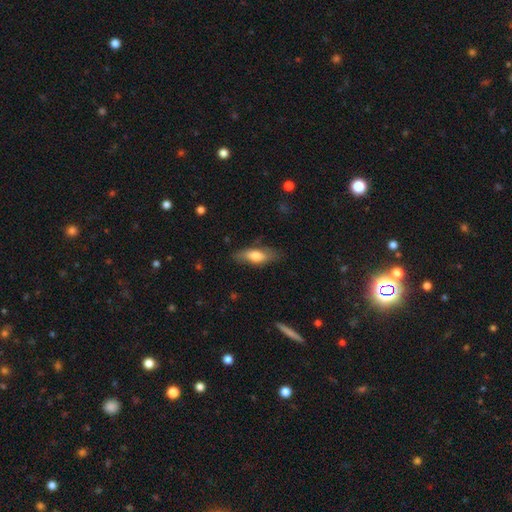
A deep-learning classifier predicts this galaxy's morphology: Smooth or featured?
  - smooth: 68% *
  - featured or disk: 26%
  - star or artifact: 6%
How rounded?
  - in between: 63% *
  - cigar-shaped: 35%
  - round: 3%
Merging?
  - none: 75% *
  - minor disturbance: 19%
  - major disturbance: 5%
  - merger: 2%